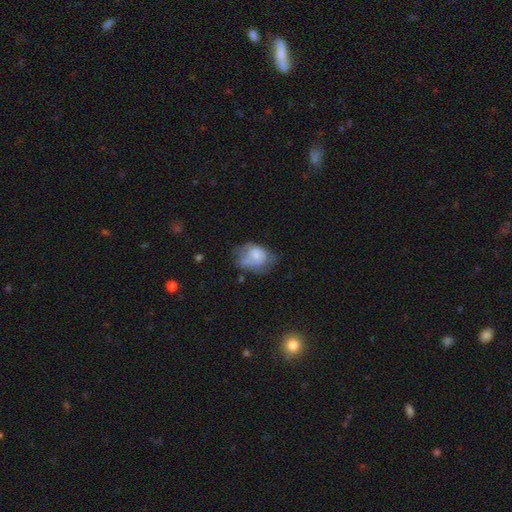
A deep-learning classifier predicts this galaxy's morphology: Smooth or featured? smooth (57%)
How rounded? in between (64%)
Merging? none (34%)